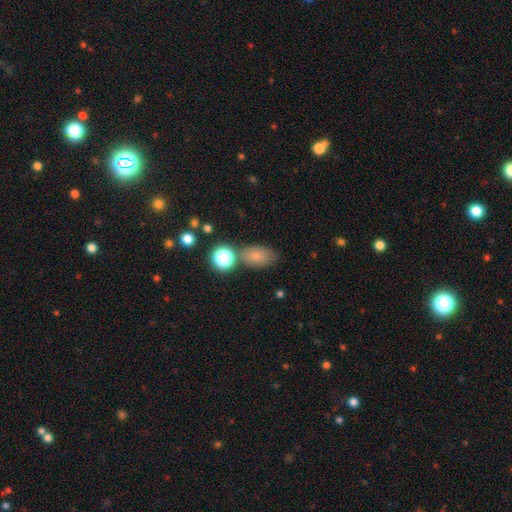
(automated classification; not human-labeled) smooth 76%, star or artifact 14%, featured or disk 10%. Down the decision tree: how rounded — in between (84%); merging — none (66%).